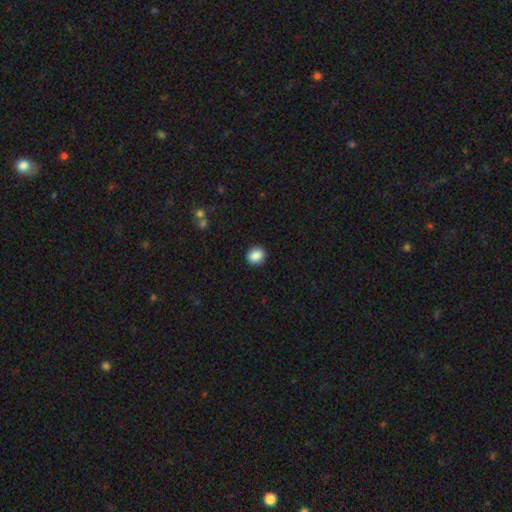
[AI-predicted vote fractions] Smooth or featured?
  - smooth: 88% *
  - star or artifact: 8%
  - featured or disk: 4%
How rounded?
  - round: 66% *
  - in between: 33%
  - cigar-shaped: 1%
Merging?
  - none: 91% *
  - minor disturbance: 6%
  - major disturbance: 2%
  - merger: 1%